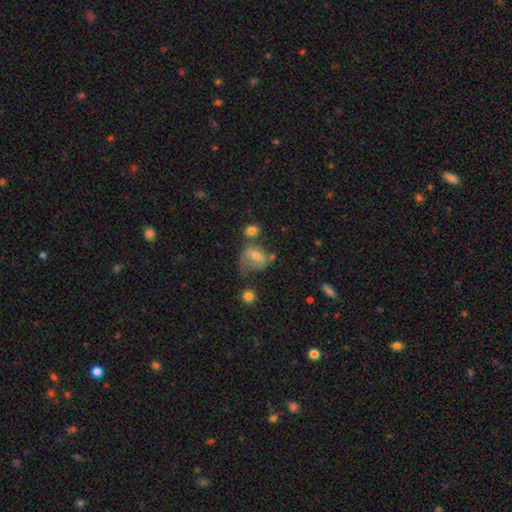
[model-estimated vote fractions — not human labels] This is possibly a featured or disk galaxy (48%). Merging: marginally none (43%).